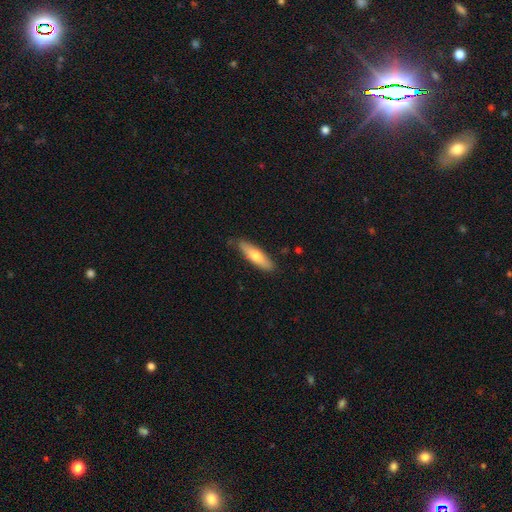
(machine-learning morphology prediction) Overall: smooth (66%; featured or disk 29%). How rounded: cigar-shaped (63%; in between 35%). Merging: none (83%).